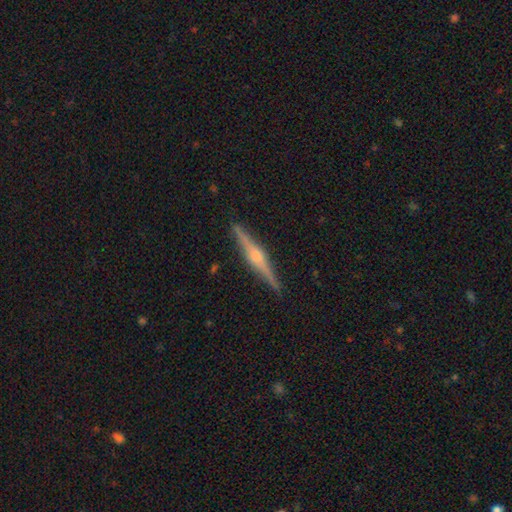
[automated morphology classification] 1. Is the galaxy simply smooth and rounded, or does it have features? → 79% featured or disk, 16% smooth, 6% star or artifact.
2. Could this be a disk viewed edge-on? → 98% yes, 2% no.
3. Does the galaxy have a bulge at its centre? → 81% rounded, 13% boxy, 6% none.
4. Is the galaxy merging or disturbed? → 92% none, 6% minor disturbance, 1% major disturbance, 1% merger.